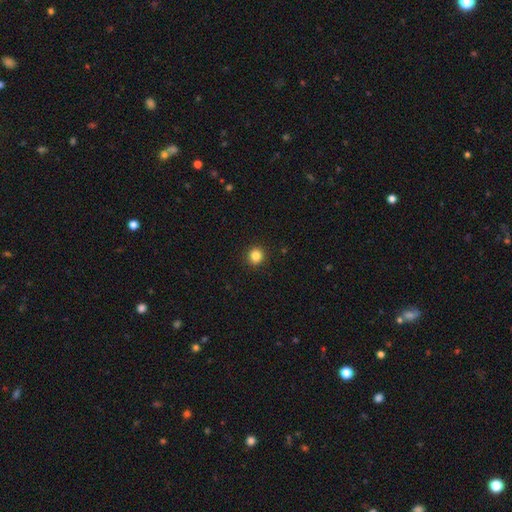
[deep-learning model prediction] Smooth or featured?
  - smooth: 84% *
  - star or artifact: 12%
  - featured or disk: 5%
How rounded?
  - round: 93% *
  - in between: 6%
  - cigar-shaped: 1%
Merging?
  - none: 93% *
  - minor disturbance: 4%
  - major disturbance: 2%
  - merger: 1%